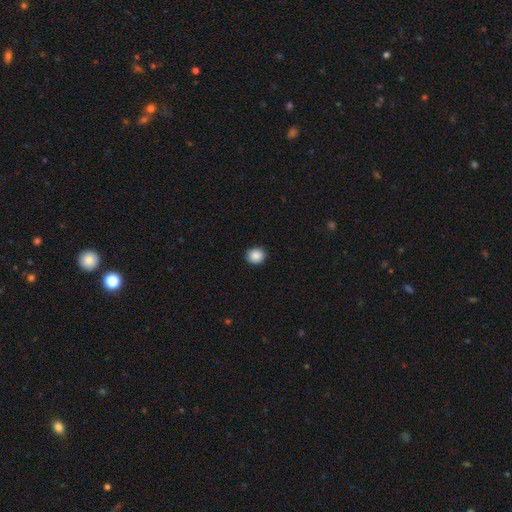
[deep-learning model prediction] The model was most divided on "how rounded": round: 78%, in between: 21%, cigar-shaped: 1%. More confident: merging — none (91%); smooth or featured — smooth (89%).